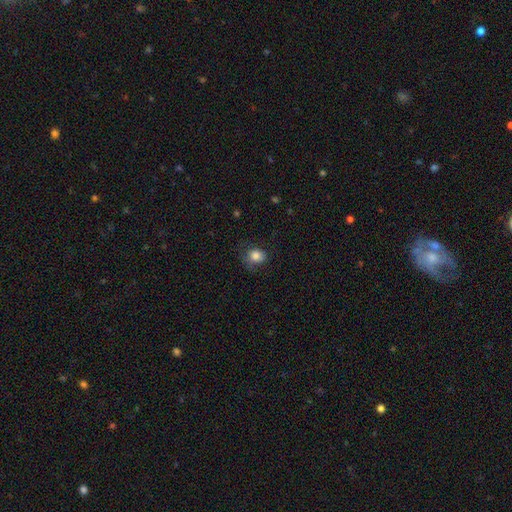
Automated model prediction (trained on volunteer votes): Overall: smooth (82%). How rounded: round (68%; in between 31%). Merging: none (61%; minor disturbance 26%).